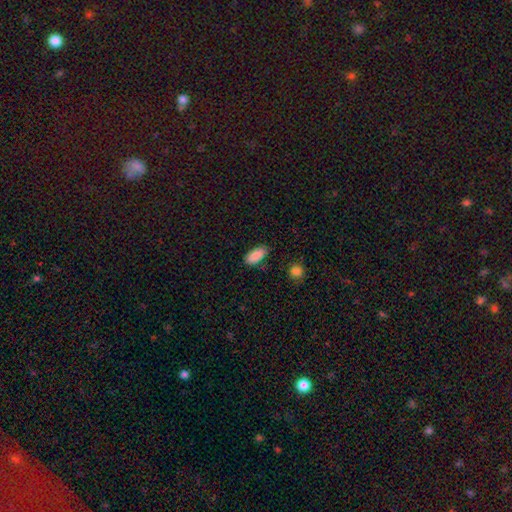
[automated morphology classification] The model was most divided on "merging": none: 81%, minor disturbance: 14%, major disturbance: 3%, merger: 2%. More confident: how rounded — in between (90%); smooth or featured — smooth (89%).